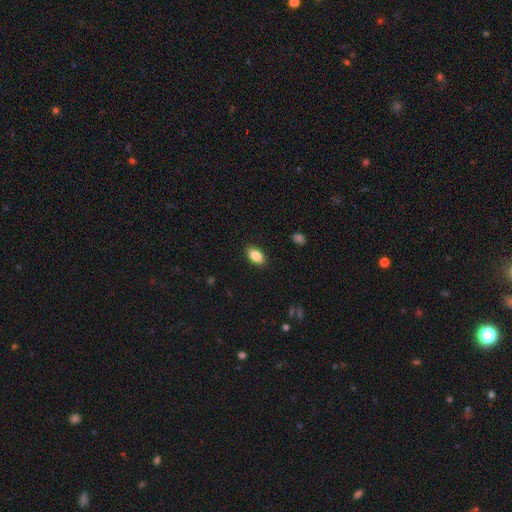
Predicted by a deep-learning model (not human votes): Smooth or featured? Predicted: smooth (p=0.86). How rounded? Predicted: in between (p=0.92). Merging? Predicted: none (p=0.89).